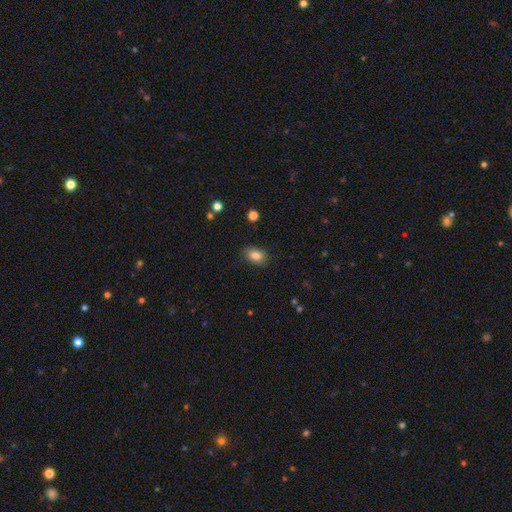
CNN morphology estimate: smooth_or_featured: smooth (p=0.84) [alt: star or artifact p=0.09]
how_rounded: in between (p=0.79) [alt: round p=0.19]
merging: none (p=0.83) [alt: minor disturbance p=0.13]